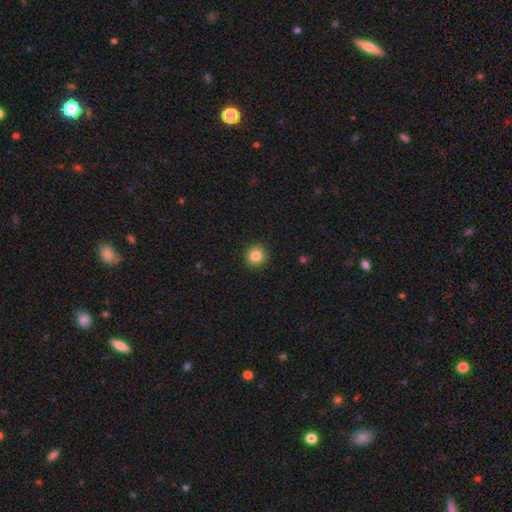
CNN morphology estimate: Smooth or featured: smooth — 84% (star or artifact — 10%)
How rounded: round — 94% (in between — 5%)
Merging: none — 92% (minor disturbance — 6%)